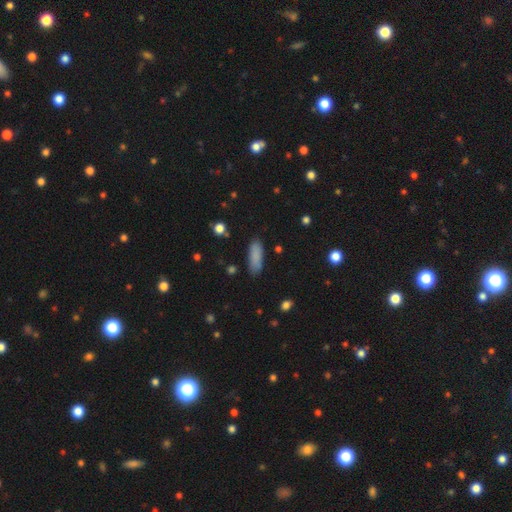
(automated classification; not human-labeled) The model was most divided on "how rounded": in between: 61%, cigar-shaped: 37%, round: 2%. More confident: smooth or featured — smooth (86%); merging — none (81%).